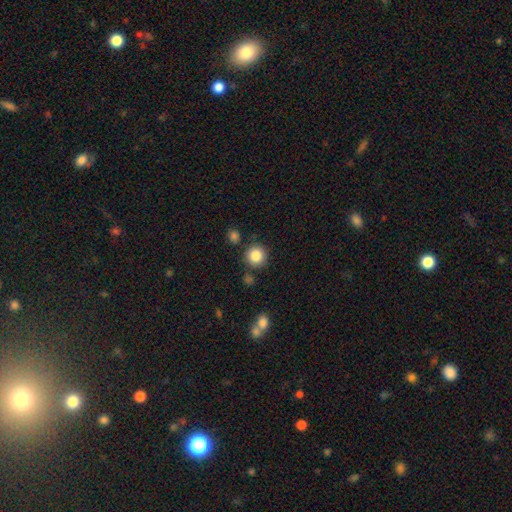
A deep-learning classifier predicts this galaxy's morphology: A smooth galaxy with no disk features (85%) that is round (93%). Merging: none (84%).